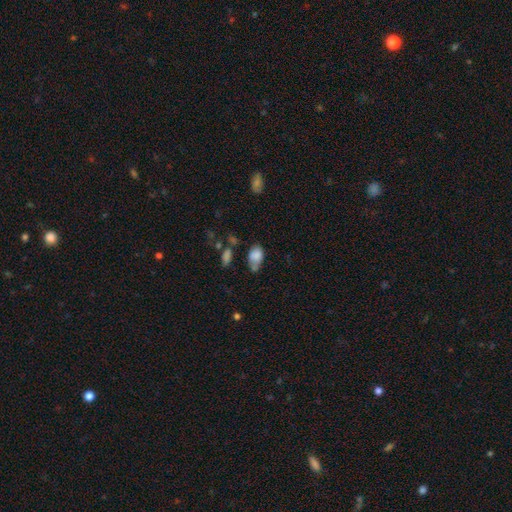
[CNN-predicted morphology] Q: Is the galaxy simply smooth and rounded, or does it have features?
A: smooth — 79%.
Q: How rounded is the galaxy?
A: in between — 87%.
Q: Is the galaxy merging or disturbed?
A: none — 36%, tied with minor disturbance.